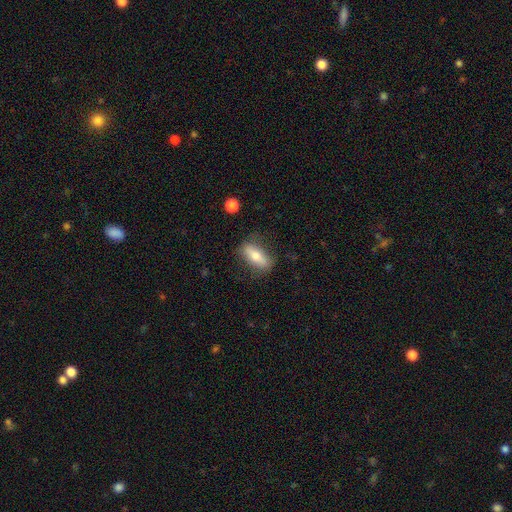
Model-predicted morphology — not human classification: smooth 69%, featured or disk 25%, star or artifact 7%. Down the decision tree: how rounded — in between (66%); merging — none (76%).